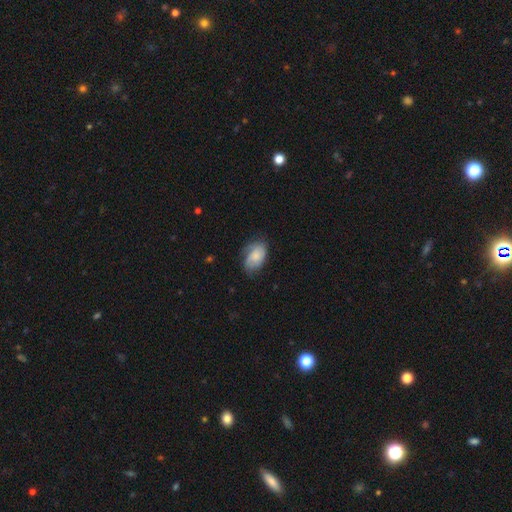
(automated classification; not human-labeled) Morphology: type=smooth (59%); roundness=in between (89%); merging=none (57%).